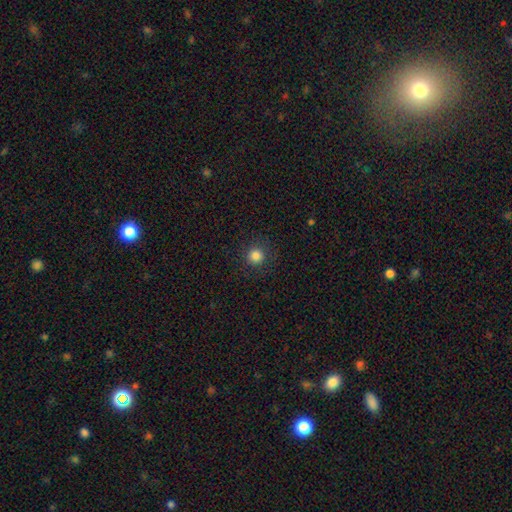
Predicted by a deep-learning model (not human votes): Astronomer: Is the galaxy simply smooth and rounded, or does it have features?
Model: smooth — 84%.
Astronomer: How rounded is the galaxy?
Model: round — 95%.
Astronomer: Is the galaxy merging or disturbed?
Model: none — 90%.